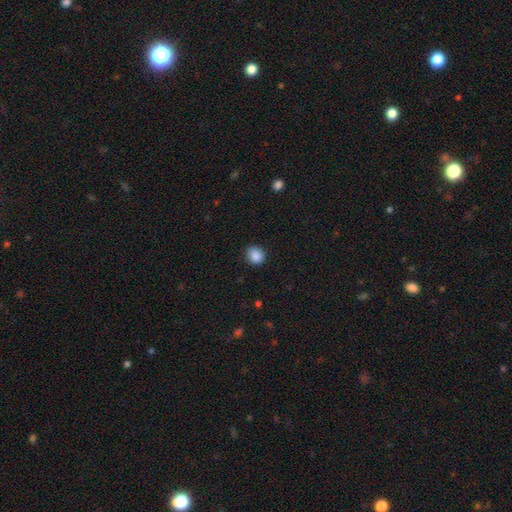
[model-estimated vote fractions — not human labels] Smooth or featured?
  - smooth: 88% *
  - star or artifact: 9%
  - featured or disk: 3%
How rounded?
  - round: 80% *
  - in between: 20%
  - cigar-shaped: 1%
Merging?
  - none: 87% *
  - minor disturbance: 9%
  - major disturbance: 2%
  - merger: 1%